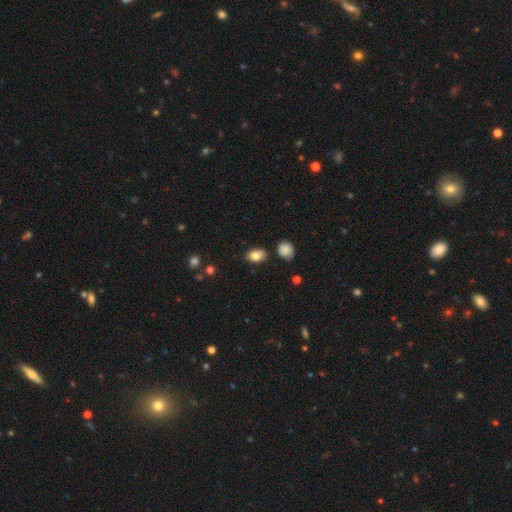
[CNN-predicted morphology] smooth 83%, star or artifact 9%, featured or disk 8%. Down the decision tree: how rounded — in between (82%); merging — none (80%).